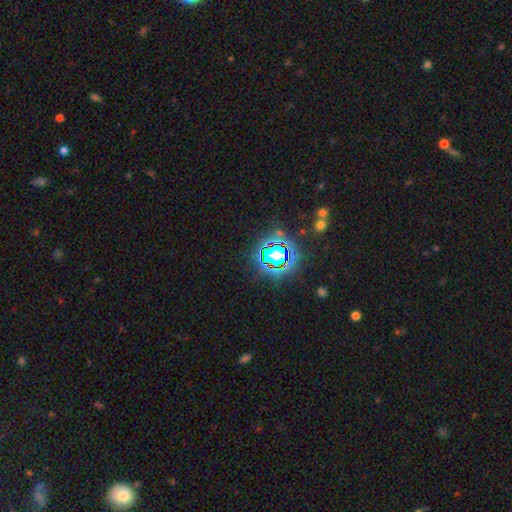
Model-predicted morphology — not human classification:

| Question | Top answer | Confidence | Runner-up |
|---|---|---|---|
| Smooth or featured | star or artifact | 81% | smooth (12%) |